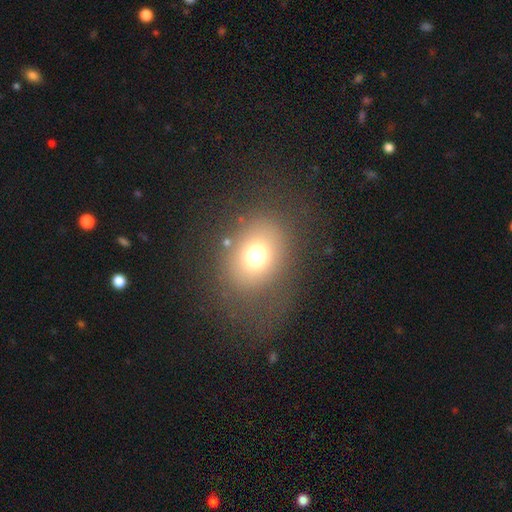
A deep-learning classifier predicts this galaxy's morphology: This is likely a smooth galaxy (69%). How rounded: likely round (65%). Merging: likely none (76%).